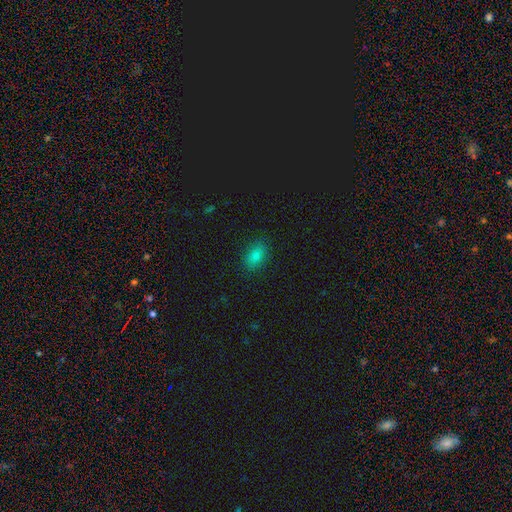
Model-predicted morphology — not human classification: A smooth galaxy with no disk features (77%) that is in between round and cigar-shaped (83%).

Vote fractions:
- Smooth or featured? smooth: 77% / star or artifact: 16% / featured or disk: 7%
- How rounded? in between: 83% / round: 14% / cigar-shaped: 3%
- Merging? none: 87% / minor disturbance: 10% / major disturbance: 2% / merger: 1%